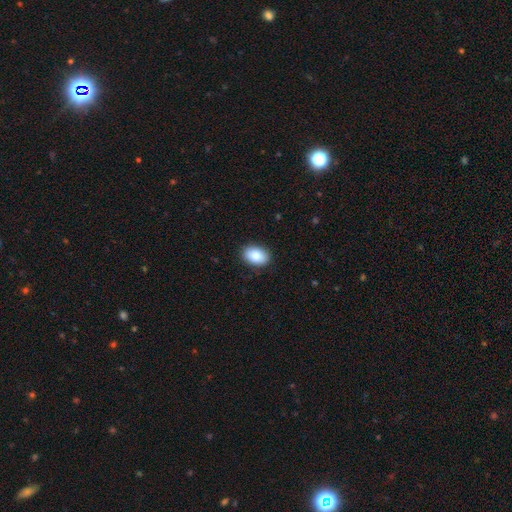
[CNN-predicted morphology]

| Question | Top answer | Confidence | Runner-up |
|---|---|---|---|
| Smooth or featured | smooth | 86% | star or artifact (7%) |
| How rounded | in between | 86% | round (13%) |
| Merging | none | 89% | minor disturbance (8%) |